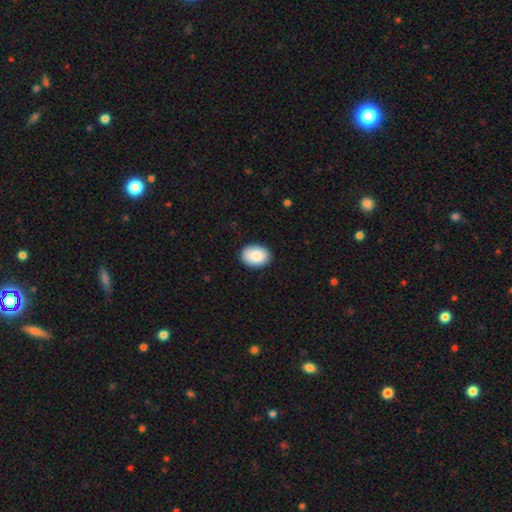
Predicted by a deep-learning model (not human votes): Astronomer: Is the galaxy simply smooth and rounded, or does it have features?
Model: smooth — 89%.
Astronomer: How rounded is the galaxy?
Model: in between — 78%.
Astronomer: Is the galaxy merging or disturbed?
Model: none — 89%.